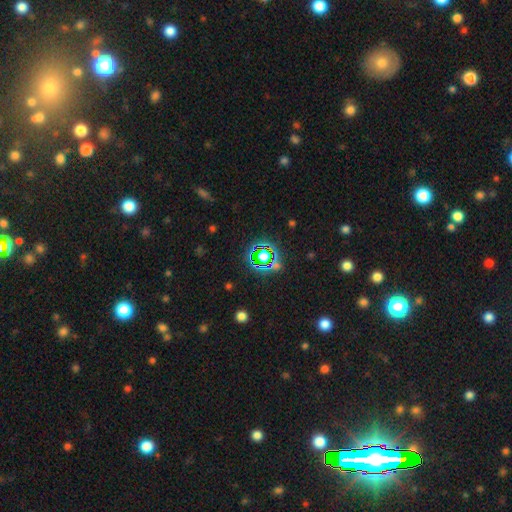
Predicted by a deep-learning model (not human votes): Smooth or featured? Predicted: star or artifact (p=0.70).